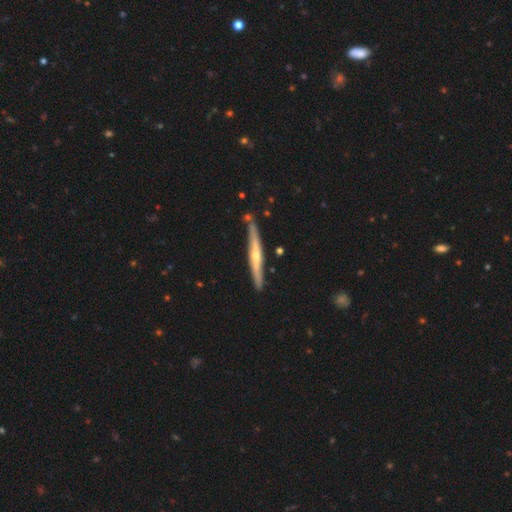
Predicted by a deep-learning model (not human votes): This is likely a featured or disk galaxy (70%). It is clearly viewed edge-on (95%). Edge-on bulge: likely rounded (78%). Merging: clearly none (83%).